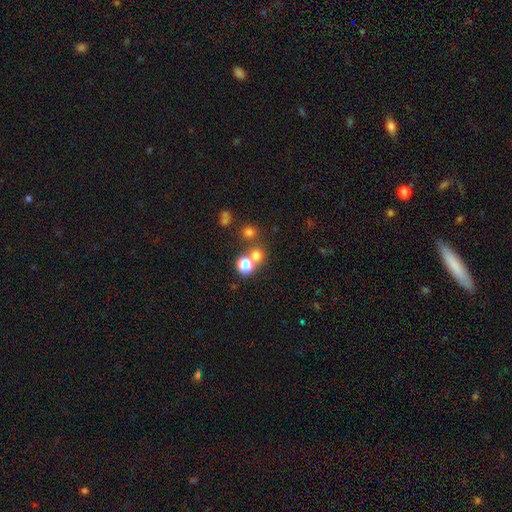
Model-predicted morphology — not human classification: A smooth galaxy with no disk features (70%) that is round (88%).

Vote fractions:
- Smooth or featured? smooth: 70% / star or artifact: 21% / featured or disk: 9%
- How rounded? round: 88% / in between: 11% / cigar-shaped: 1%
- Merging? none: 60% / merger: 30% / minor disturbance: 7% / major disturbance: 4%